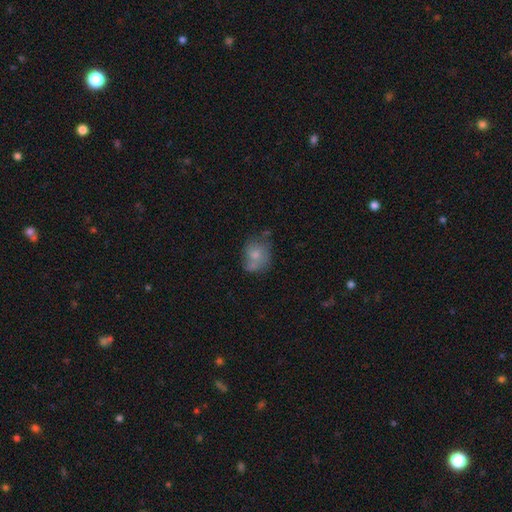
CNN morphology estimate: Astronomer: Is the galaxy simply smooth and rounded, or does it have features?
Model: smooth — 66%.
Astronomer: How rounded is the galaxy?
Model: round — 57% (runner-up: in between, 42%).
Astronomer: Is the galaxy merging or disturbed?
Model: none — 45% (runner-up: minor disturbance, 25%).